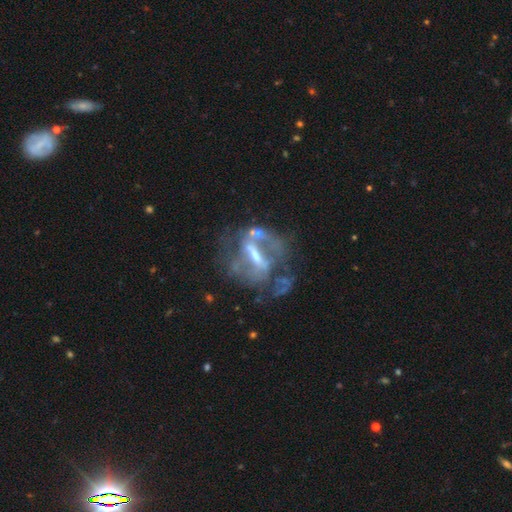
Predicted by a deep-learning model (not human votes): This is likely a featured or disk galaxy (79%). It is clearly not viewed edge-on (88%). Bar: possibly strong (55%). Spiral arm pattern: possibly yes (56%). Central bulge: marginally moderate (43%). Merging: marginally none (44%).